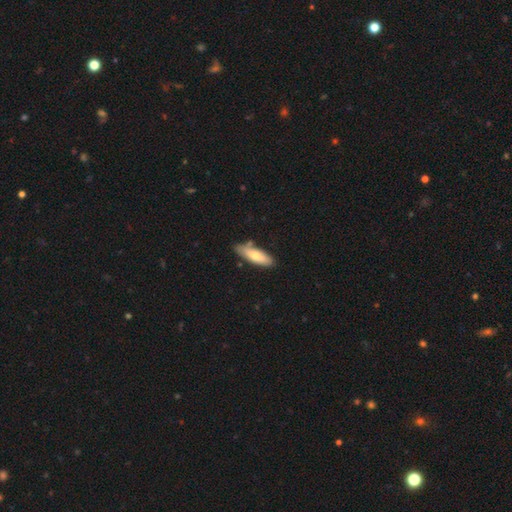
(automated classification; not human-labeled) Smooth or featured? Predicted: smooth (p=0.71). How rounded? Predicted: in between (p=0.57). Merging? Predicted: none (p=0.75).